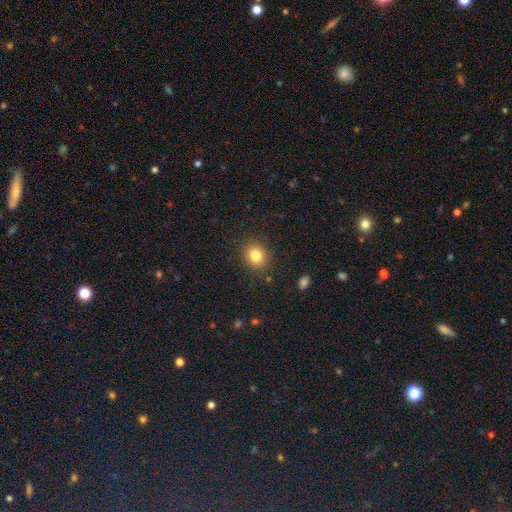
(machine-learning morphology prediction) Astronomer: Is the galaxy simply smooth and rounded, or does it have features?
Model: smooth — 82%.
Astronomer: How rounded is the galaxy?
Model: round — 75%.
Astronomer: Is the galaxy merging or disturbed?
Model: none — 88%.